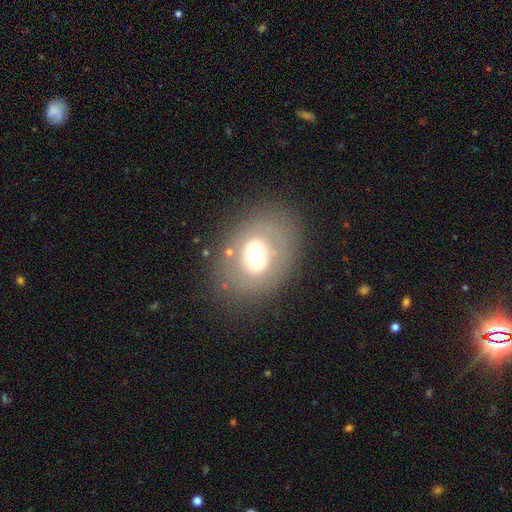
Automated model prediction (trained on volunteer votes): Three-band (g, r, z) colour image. It shows a smooth galaxy with no disk features (50%). Merging: none (78%).